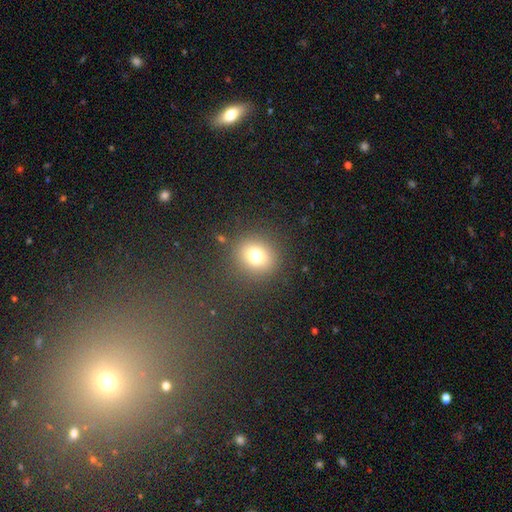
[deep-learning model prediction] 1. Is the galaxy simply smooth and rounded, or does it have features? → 74% smooth, 16% star or artifact, 10% featured or disk.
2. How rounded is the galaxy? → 85% round, 14% in between, 1% cigar-shaped.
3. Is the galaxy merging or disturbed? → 86% none, 8% minor disturbance, 4% major disturbance, 2% merger.